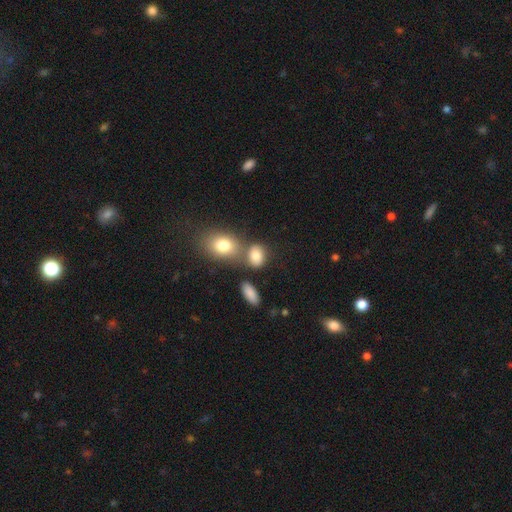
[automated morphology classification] Smooth or featured: smooth — 79% (star or artifact — 11%)
How rounded: in between — 62% (round — 36%)
Merging: none — 51% (merger — 30%)